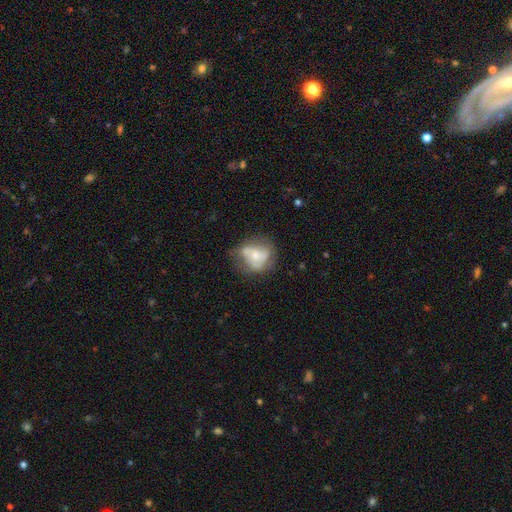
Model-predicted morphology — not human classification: A featured or disk galaxy (52%) with no bar (75%), spiral arms (60%) and a small central bulge (50%). Merging: none (47%).